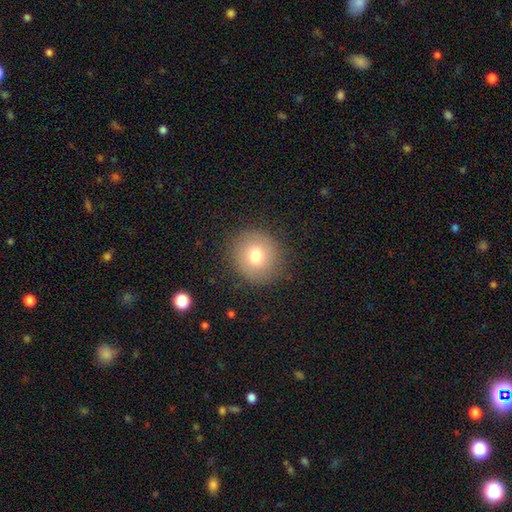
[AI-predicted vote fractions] Smooth or featured? Predicted: smooth (p=0.75). How rounded? Predicted: round (p=0.87). Merging? Predicted: none (p=0.86).